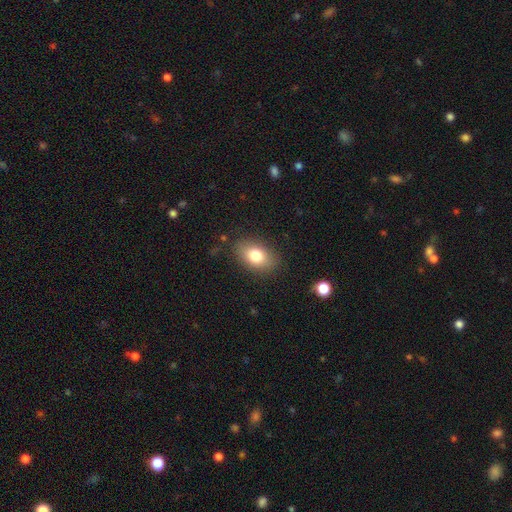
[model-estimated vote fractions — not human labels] Smooth or featured: smooth — 78% (featured or disk — 13%)
How rounded: in between — 84% (round — 15%)
Merging: none — 84% (minor disturbance — 11%)